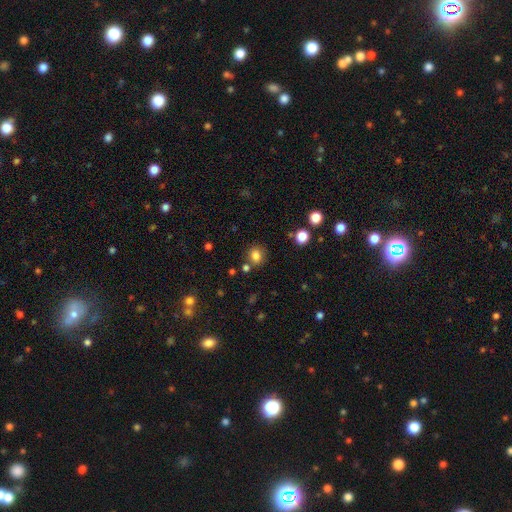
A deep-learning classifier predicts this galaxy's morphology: A smooth galaxy with no disk features (81%) that is round (69%).

Vote fractions:
- Smooth or featured? smooth: 81% / star or artifact: 12% / featured or disk: 6%
- How rounded? round: 69% / in between: 31% / cigar-shaped: 1%
- Merging? none: 78% / minor disturbance: 11% / merger: 8% / major disturbance: 4%